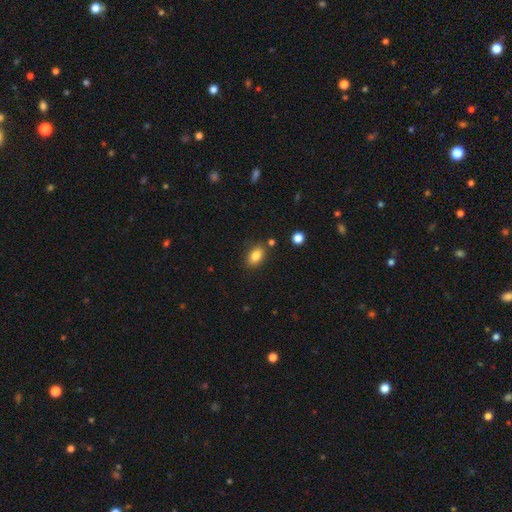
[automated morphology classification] Q: Smooth or featured?
A: smooth (84%); runner-up: star or artifact (9%)
Q: How rounded?
A: in between (85%); runner-up: round (13%)
Q: Merging?
A: none (81%); runner-up: minor disturbance (12%)